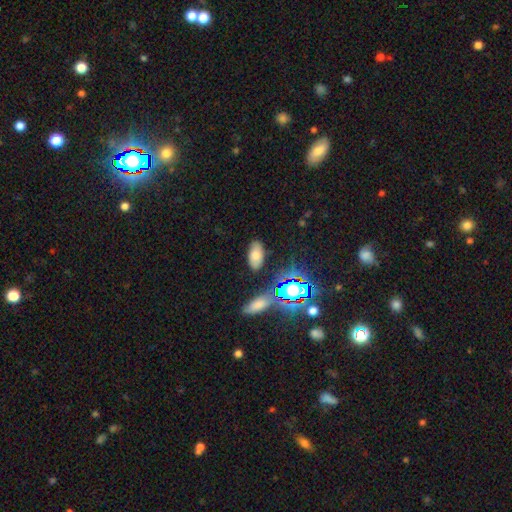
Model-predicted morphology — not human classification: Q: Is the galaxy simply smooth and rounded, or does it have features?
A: smooth — 69%.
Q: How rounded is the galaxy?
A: in between — 92%.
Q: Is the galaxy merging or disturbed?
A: none — 80%.